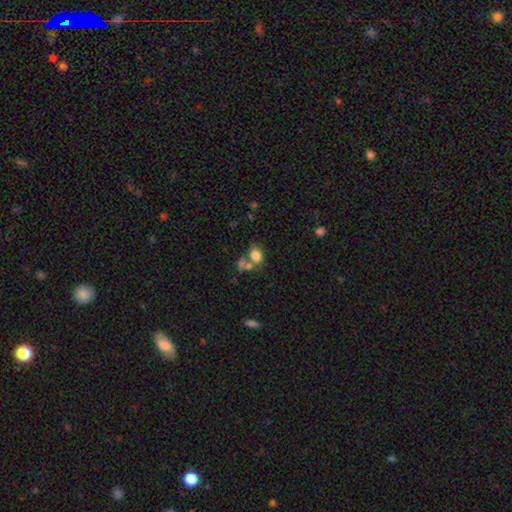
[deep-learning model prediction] A smooth galaxy with no disk features (78%) that is in between round and cigar-shaped (59%).

Vote fractions:
- Smooth or featured? smooth: 78% / star or artifact: 11% / featured or disk: 11%
- How rounded? in between: 59% / round: 39% / cigar-shaped: 1%
- Merging? none: 43% / merger: 38% / minor disturbance: 12% / major disturbance: 7%